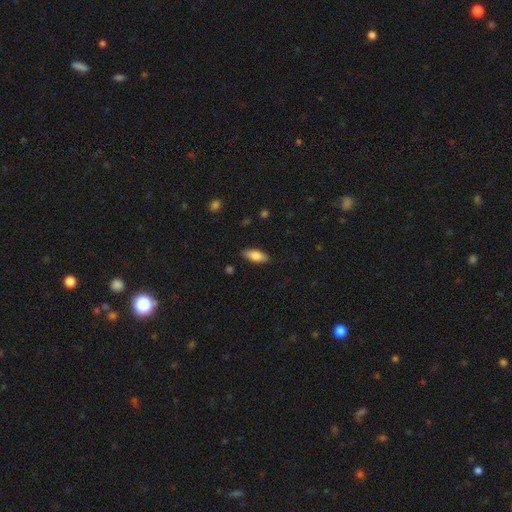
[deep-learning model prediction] Overall: smooth (79%). How rounded: in between (80%). Merging: none (86%).